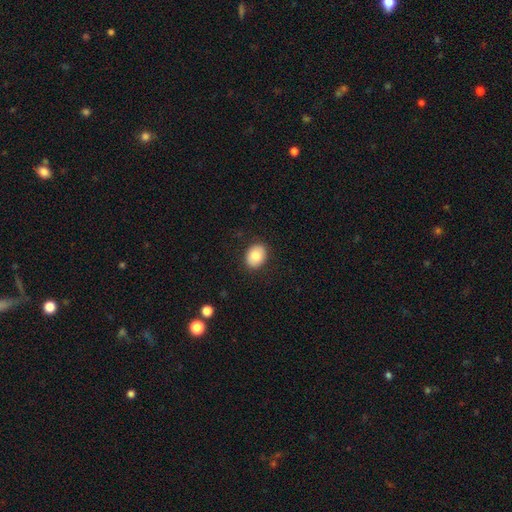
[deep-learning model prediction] smooth 80%, featured or disk 12%, star or artifact 8%. Down the decision tree: how rounded — in between (60%); merging — none (88%).